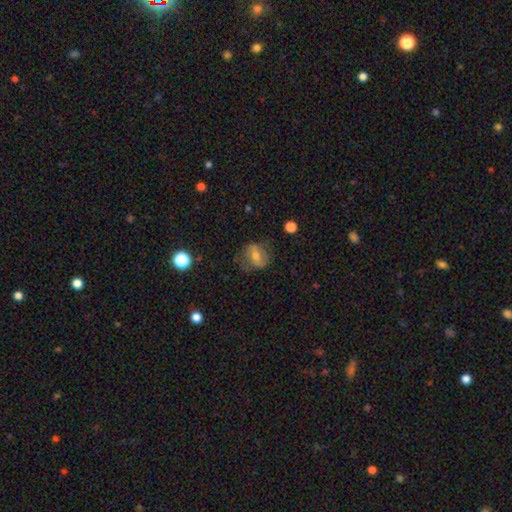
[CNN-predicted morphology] Overall: smooth (53%; featured or disk 37%). How rounded: round (56%; in between 42%). Merging: none (64%).